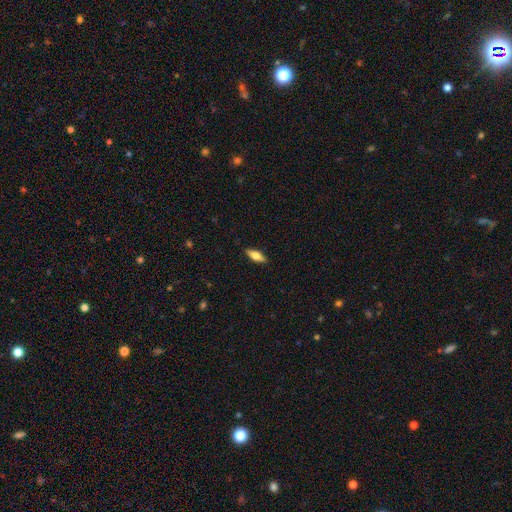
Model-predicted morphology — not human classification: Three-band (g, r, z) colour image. It shows a smooth galaxy with no disk features (65%) that is in between round and cigar-shaped (61%). Merging: none (88%).